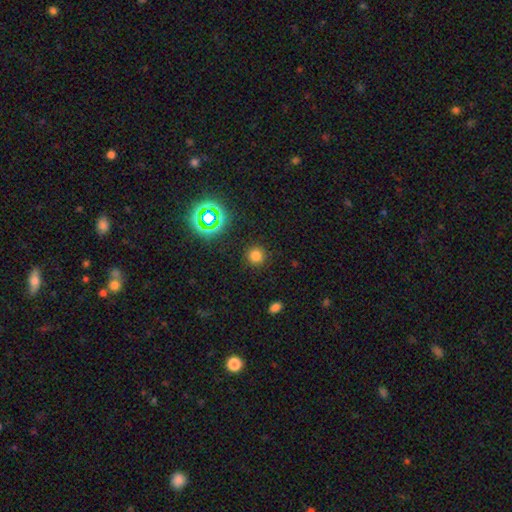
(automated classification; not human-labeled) Smooth or featured: smooth — 75% (star or artifact — 20%)
How rounded: round — 93% (in between — 6%)
Merging: none — 89% (minor disturbance — 7%)